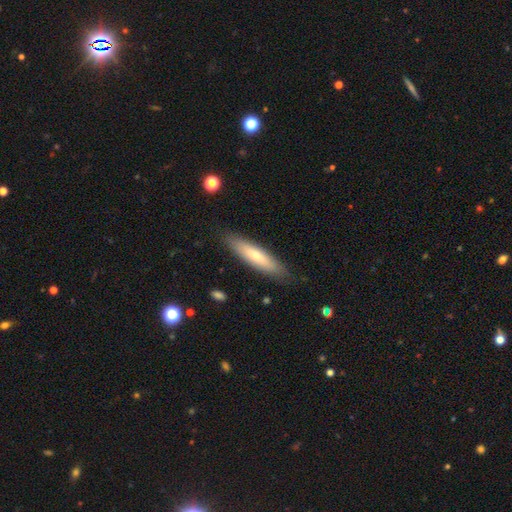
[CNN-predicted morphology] smooth-or-featured: smooth: 66% | featured or disk: 29% | star or artifact: 6%
  how-rounded: cigar-shaped: 79% | in between: 19% | round: 1%
  merging: none: 86% | minor disturbance: 10% | major disturbance: 2% | merger: 1%